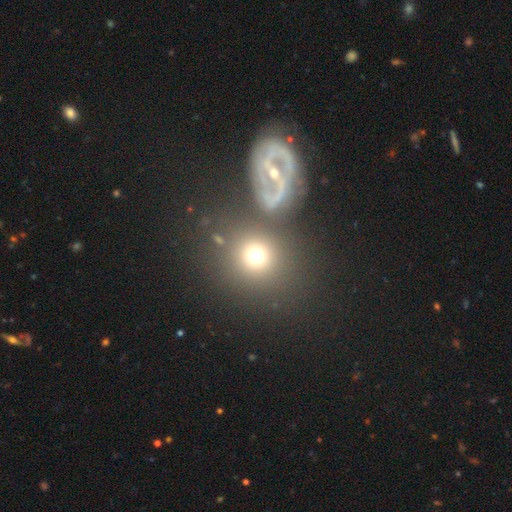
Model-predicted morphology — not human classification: Smooth or featured: smooth — 64% (featured or disk — 22%)
How rounded: round — 86% (in between — 13%)
Merging: none — 68% (merger — 14%)